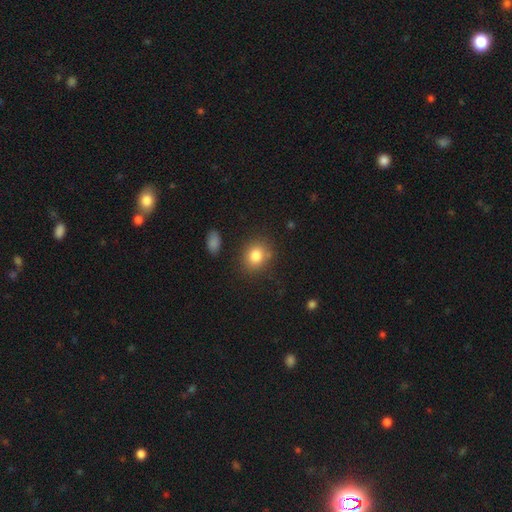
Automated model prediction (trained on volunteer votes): smooth 82%, star or artifact 10%, featured or disk 8%. Down the decision tree: how rounded — round (65%); merging — none (79%).